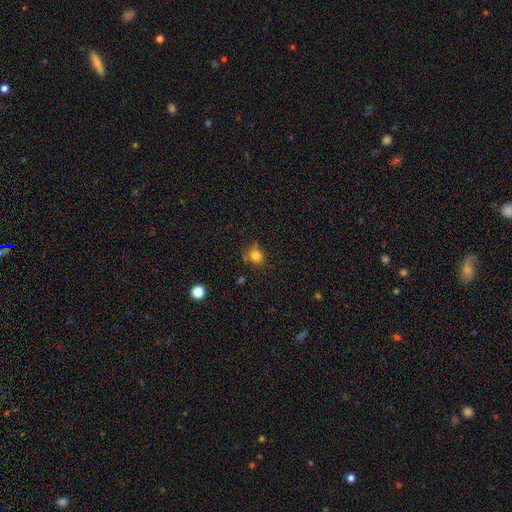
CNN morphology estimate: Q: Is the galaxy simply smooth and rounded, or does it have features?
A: smooth — 81%.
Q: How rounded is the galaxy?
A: round — 80%.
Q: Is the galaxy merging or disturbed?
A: none — 74%.